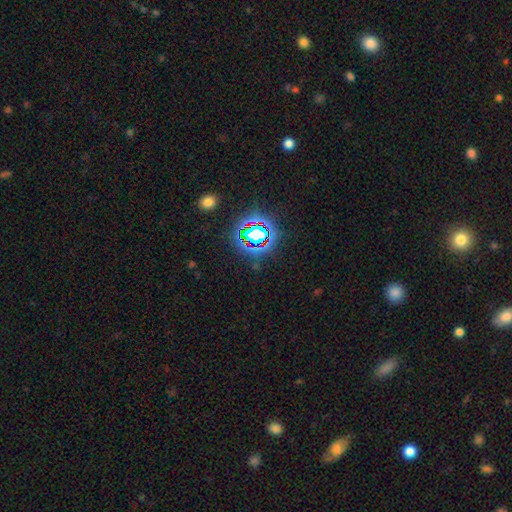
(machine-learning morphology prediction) Smooth or featured? star or artifact (77%)